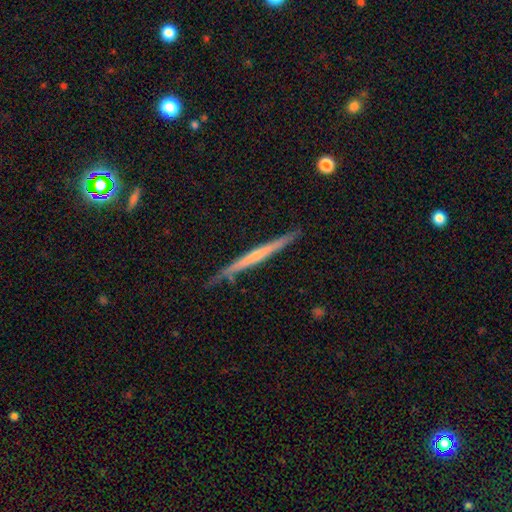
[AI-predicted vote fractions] Q: Smooth or featured?
A: featured or disk (58%); runner-up: smooth (37%)
Q: Edge-on disk?
A: yes (97%); runner-up: no (3%)
Q: Edge-on bulge?
A: none (74%); runner-up: rounded (20%)
Q: Merging?
A: none (81%); runner-up: minor disturbance (14%)